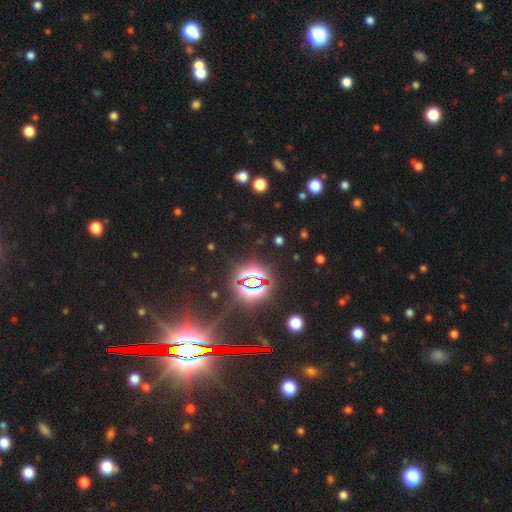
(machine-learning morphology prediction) type=star or artifact (83%).